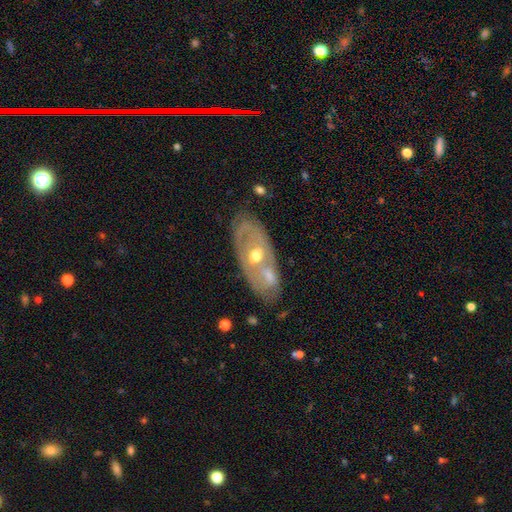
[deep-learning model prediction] Morphology: type=featured or disk (69%); edge-on=no (87%); bar=no (72%); spiral arms=no (64%); bulge=moderate (73%); merging=none (63%).